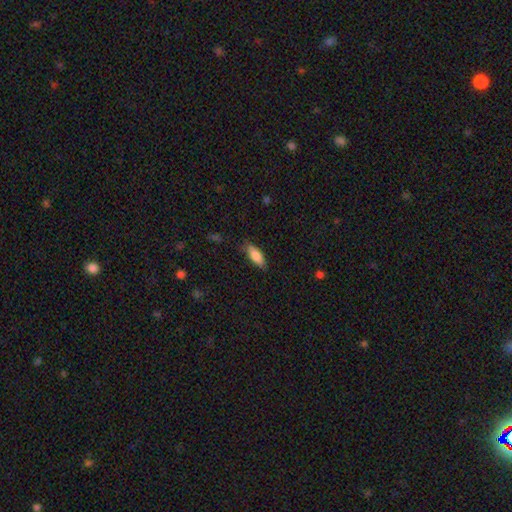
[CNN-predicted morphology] A smooth galaxy with no disk features (82%) that is in between round and cigar-shaped (66%).

Vote fractions:
- Smooth or featured? smooth: 82% / featured or disk: 11% / star or artifact: 6%
- How rounded? in between: 66% / cigar-shaped: 32% / round: 2%
- Merging? none: 81% / minor disturbance: 15% / major disturbance: 3% / merger: 1%